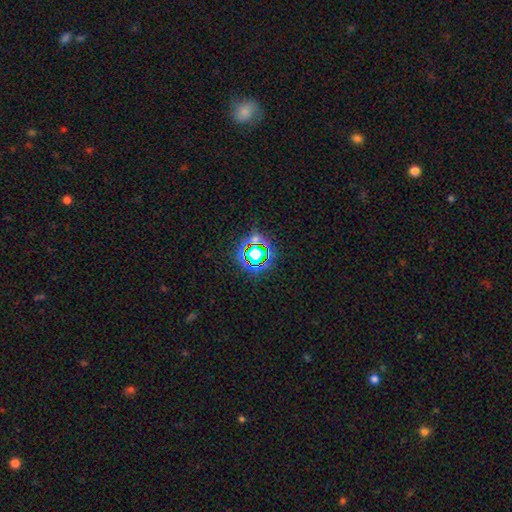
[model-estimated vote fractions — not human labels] smooth-or-featured: star or artifact: 68% | smooth: 20% | featured or disk: 11%